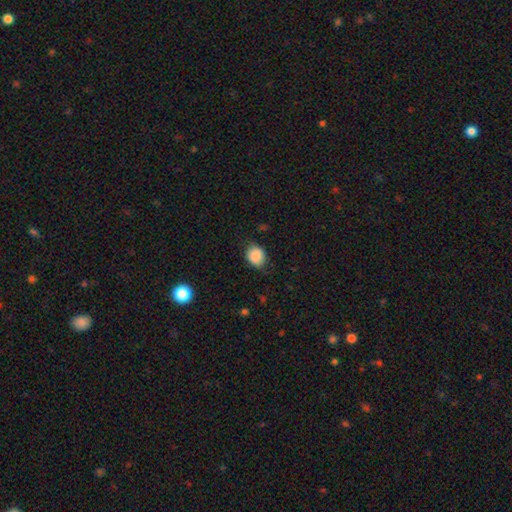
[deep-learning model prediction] Smooth or featured?
  - smooth: 87% *
  - star or artifact: 8%
  - featured or disk: 5%
How rounded?
  - round: 64% *
  - in between: 35%
  - cigar-shaped: 1%
Merging?
  - none: 74% *
  - minor disturbance: 21%
  - major disturbance: 4%
  - merger: 1%